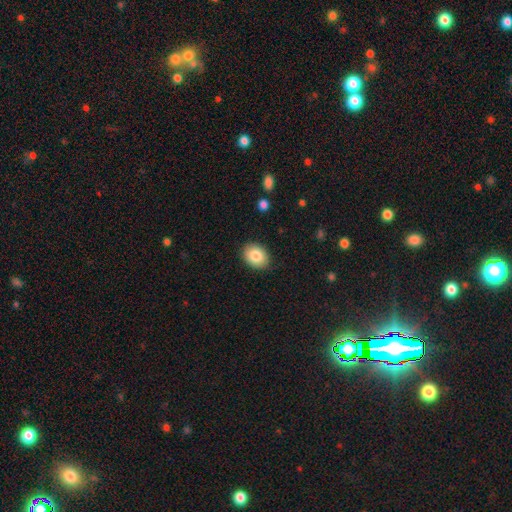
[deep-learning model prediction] smooth 84%, featured or disk 8%, star or artifact 8%. Down the decision tree: how rounded — in between (64%); merging — none (87%).